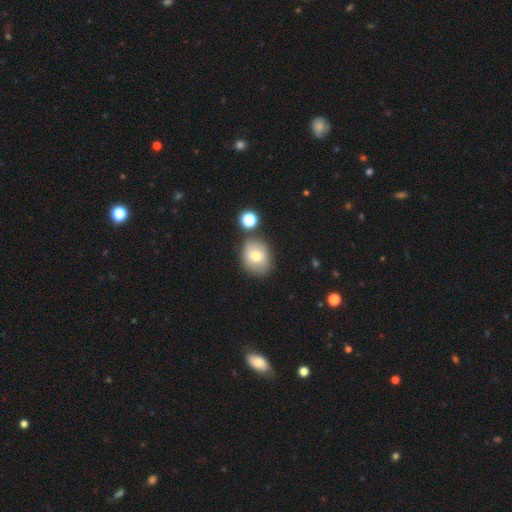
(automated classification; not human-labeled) This is likely a smooth galaxy (65%). How rounded: possibly round (57%). Merging: likely none (71%).